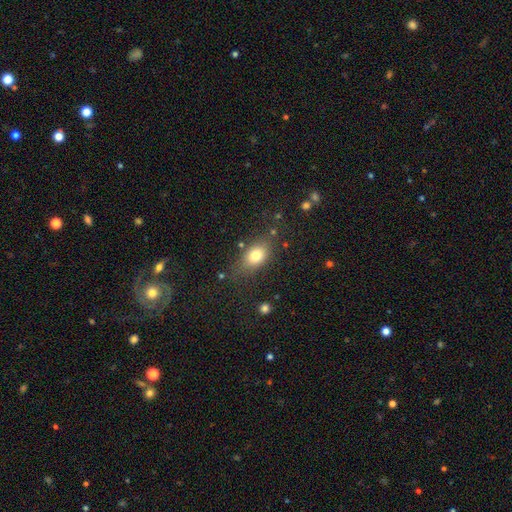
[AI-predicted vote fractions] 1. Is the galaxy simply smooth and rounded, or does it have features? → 77% smooth, 12% featured or disk, 10% star or artifact.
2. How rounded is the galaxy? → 74% in between, 23% round, 4% cigar-shaped.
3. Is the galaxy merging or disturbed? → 72% none, 18% minor disturbance, 7% major disturbance, 3% merger.